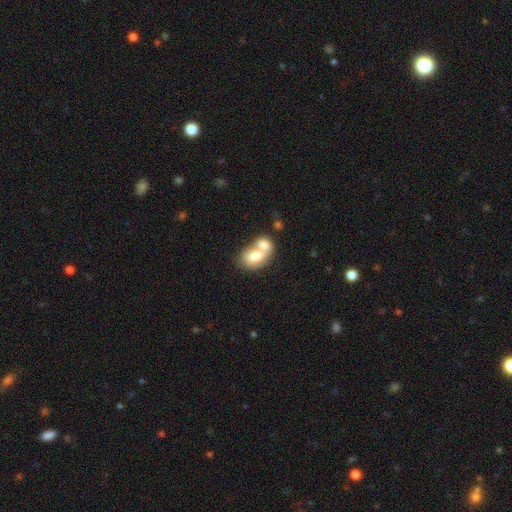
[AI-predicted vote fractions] This appears to be a smooth galaxy with no disk features (71%) that is in between round and cigar-shaped (83%). Merging: merger (70%).